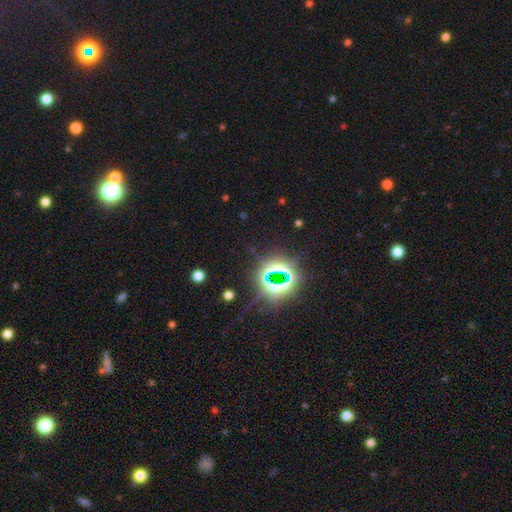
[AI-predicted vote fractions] Smooth or featured? Predicted: star or artifact (p=0.79).